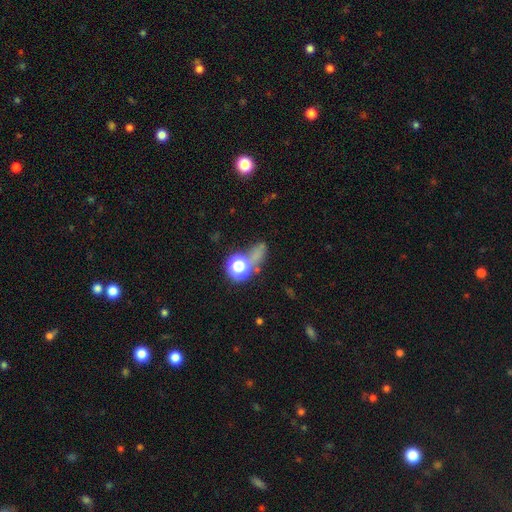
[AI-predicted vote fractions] This is possibly a smooth galaxy (50%). Merging: possibly none (50%).